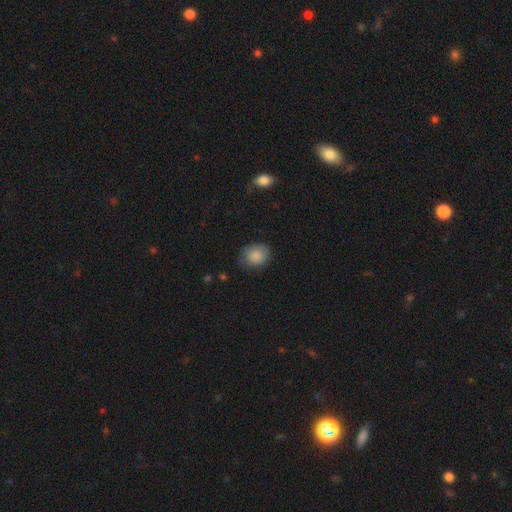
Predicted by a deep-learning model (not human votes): This appears to be a smooth galaxy with no disk features (86%) that is round (61%). Merging: none (71%).